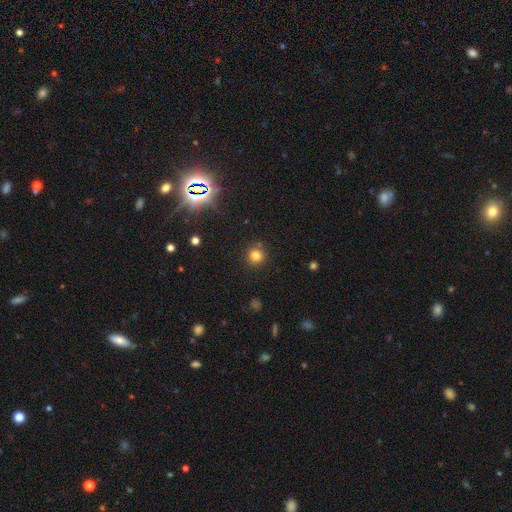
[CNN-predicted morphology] Q: Smooth or featured?
A: smooth (78%); runner-up: star or artifact (16%)
Q: How rounded?
A: round (91%); runner-up: in between (8%)
Q: Merging?
A: none (84%); runner-up: minor disturbance (9%)